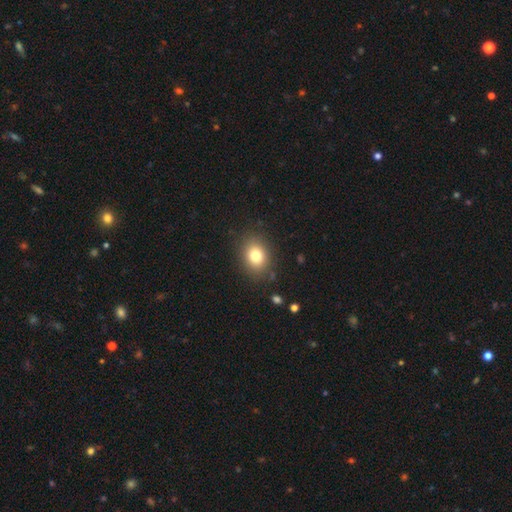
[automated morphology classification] Overall: smooth (79%). How rounded: in between (54%; round 45%). Merging: none (86%).